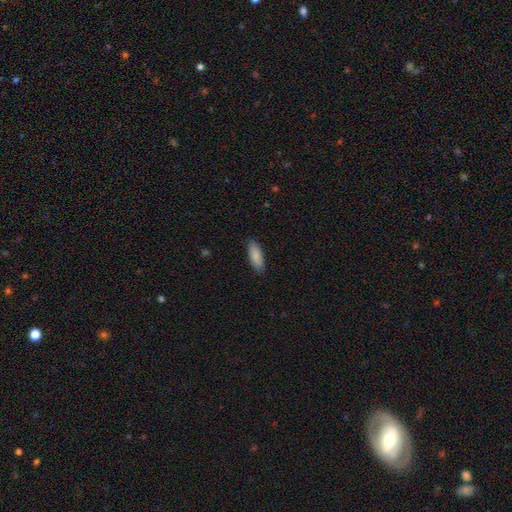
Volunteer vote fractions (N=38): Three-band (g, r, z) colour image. It shows a smooth galaxy with no disk features (87%) that is in between round and cigar-shaped (61%). Merging: none (83%).